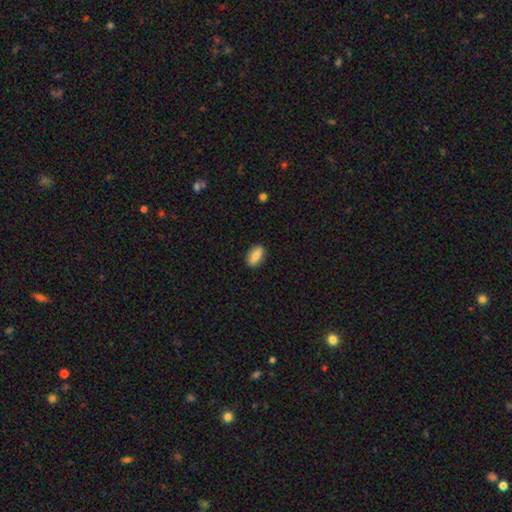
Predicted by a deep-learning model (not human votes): Smooth or featured? Predicted: smooth (p=0.82). How rounded? Predicted: in between (p=0.82). Merging? Predicted: none (p=0.87).